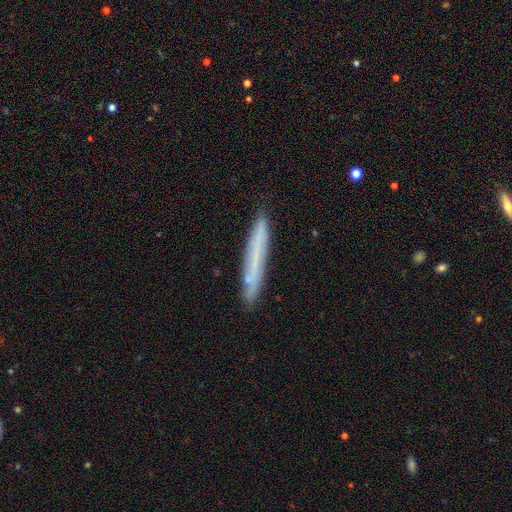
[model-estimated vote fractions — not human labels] A smooth galaxy with no disk features (60%) that is cigar-shaped (96%). Merging: none (85%).